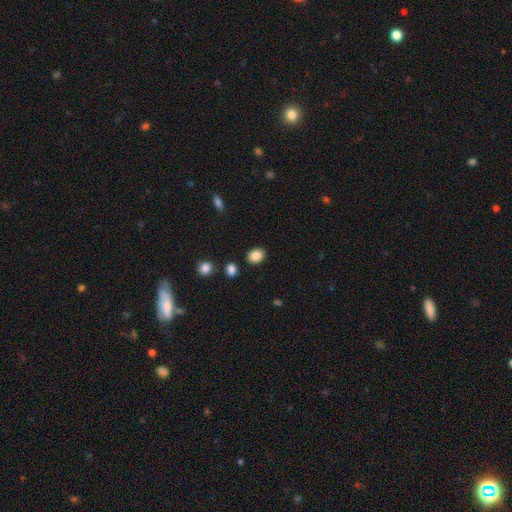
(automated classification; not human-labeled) This is clearly a smooth galaxy (87%). How rounded: possibly in between (56%). Merging: clearly none (86%).